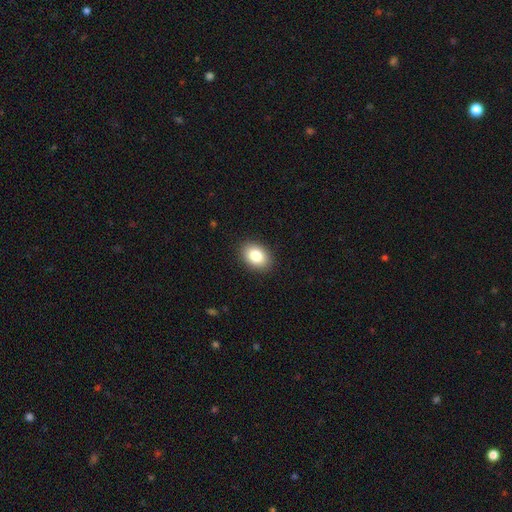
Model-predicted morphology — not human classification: smooth-or-featured: smooth: 85% | star or artifact: 8% | featured or disk: 7%
  how-rounded: in between: 78% | round: 21% | cigar-shaped: 1%
  merging: none: 89% | minor disturbance: 8% | major disturbance: 2% | merger: 1%